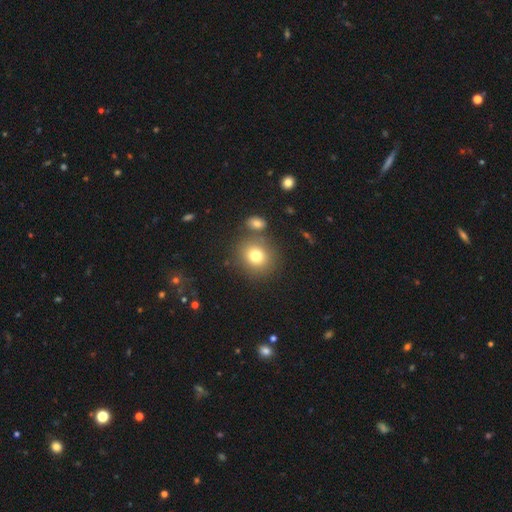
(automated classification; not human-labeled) Smooth or featured? Predicted: smooth (p=0.77). How rounded? Predicted: round (p=0.80). Merging? Predicted: none (p=0.76).